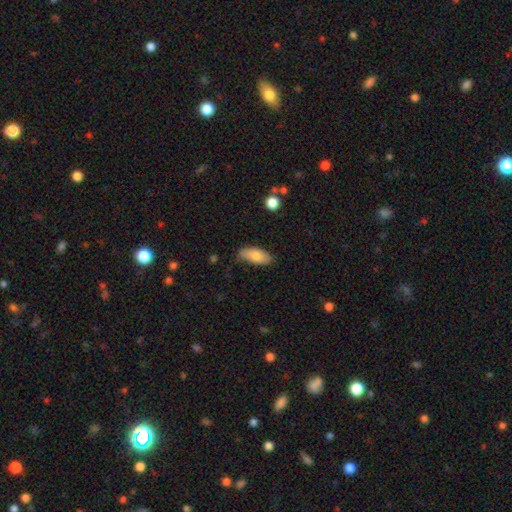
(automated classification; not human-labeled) This is clearly a smooth galaxy (82%). How rounded: clearly in between (89%). Merging: likely none (70%).